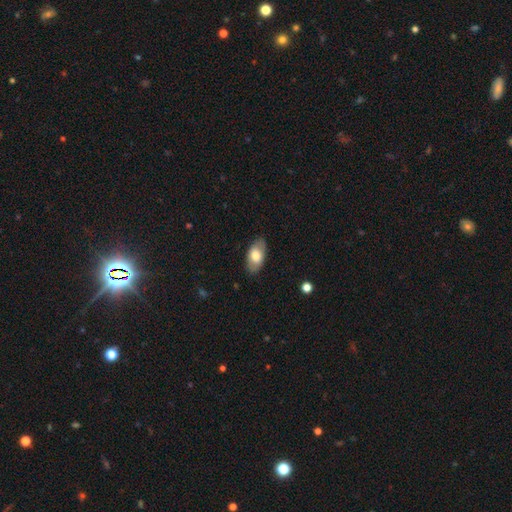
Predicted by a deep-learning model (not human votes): smooth 69%, featured or disk 25%, star or artifact 6%. Down the decision tree: how rounded — in between (94%); merging — none (84%).